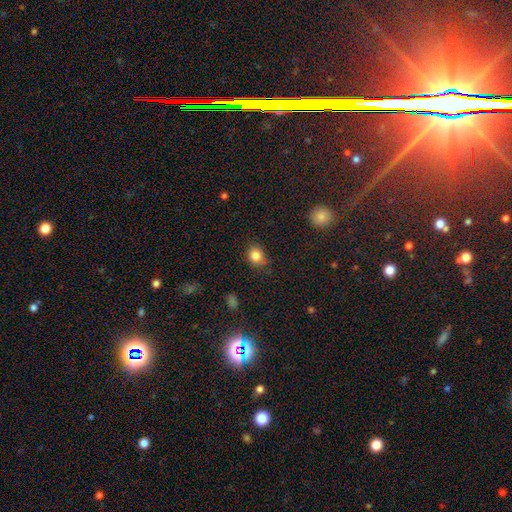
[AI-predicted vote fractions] Q: Smooth or featured?
A: smooth (83%); runner-up: star or artifact (11%)
Q: How rounded?
A: round (62%); runner-up: in between (37%)
Q: Merging?
A: none (78%); runner-up: minor disturbance (17%)